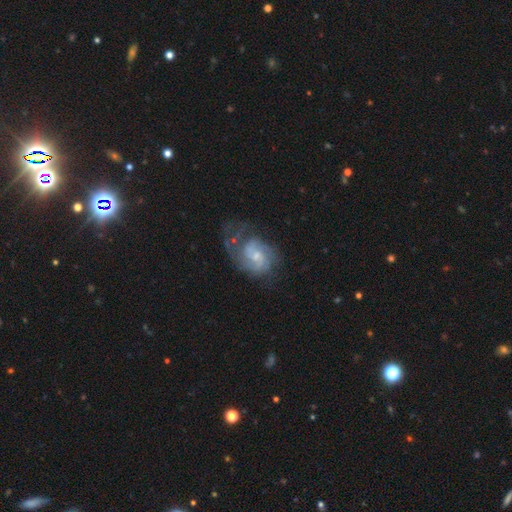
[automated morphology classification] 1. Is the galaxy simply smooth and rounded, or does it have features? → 80% featured or disk, 13% smooth, 7% star or artifact.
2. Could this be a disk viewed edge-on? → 98% no, 2% yes.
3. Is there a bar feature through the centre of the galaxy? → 54% no, 41% weak, 5% strong.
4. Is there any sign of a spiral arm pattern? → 93% yes, 7% no.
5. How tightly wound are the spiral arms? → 43% medium, 38% tight, 18% loose.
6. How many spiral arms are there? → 54% 2, 22% can't tell, 10% 3, 7% 1, 3% 4, 3% more than 4.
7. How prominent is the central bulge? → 55% small, 35% moderate, 6% none, 3% large, 1% dominant.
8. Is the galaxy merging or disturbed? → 48% none, 27% major disturbance, 22% minor disturbance, 3% merger.